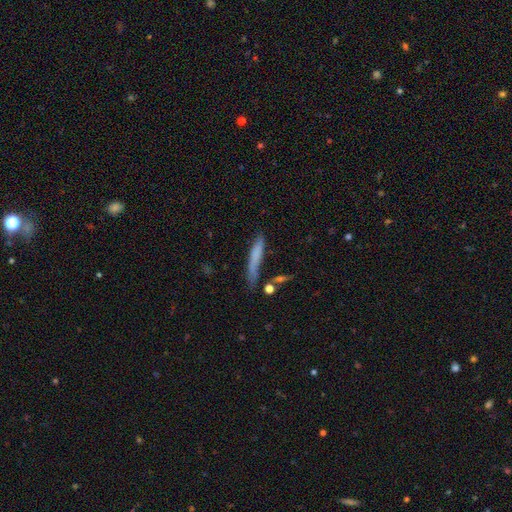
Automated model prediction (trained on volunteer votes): Smooth or featured: smooth — 68% (featured or disk — 24%)
How rounded: cigar-shaped — 92% (in between — 7%)
Merging: none — 65% (minor disturbance — 22%)